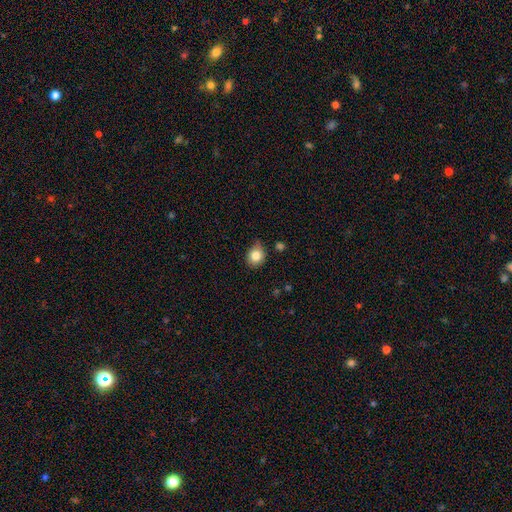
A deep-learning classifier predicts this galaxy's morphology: smooth-or-featured: smooth: 83% | star or artifact: 10% | featured or disk: 8%
  how-rounded: round: 65% | in between: 34% | cigar-shaped: 1%
  merging: none: 67% | minor disturbance: 26% | major disturbance: 4% | merger: 3%